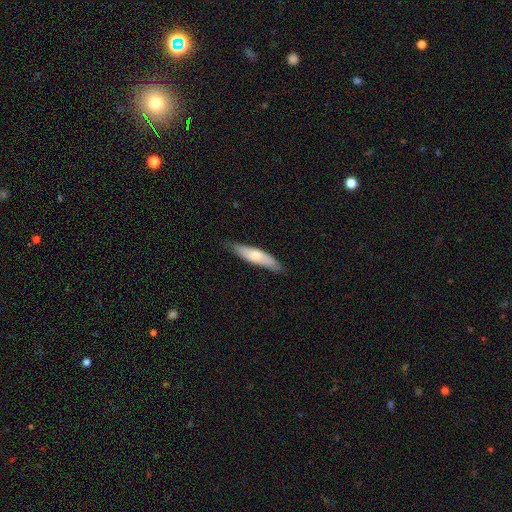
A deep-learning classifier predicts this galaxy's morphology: Smooth or featured: smooth — 69% (featured or disk — 26%)
How rounded: cigar-shaped — 70% (in between — 28%)
Merging: none — 81% (minor disturbance — 16%)